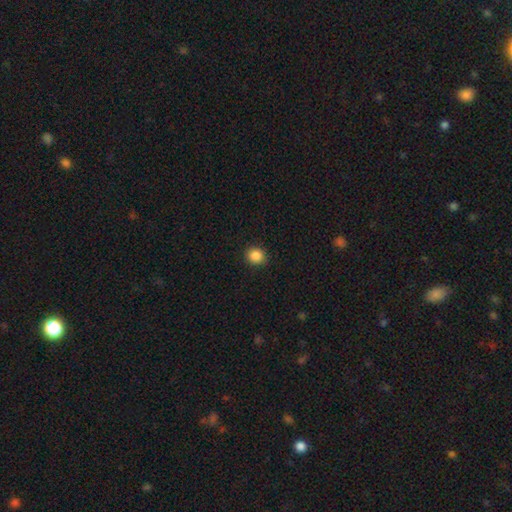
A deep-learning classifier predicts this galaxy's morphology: smooth 87%, star or artifact 10%, featured or disk 3%. Down the decision tree: how rounded — round (82%); merging — none (91%).